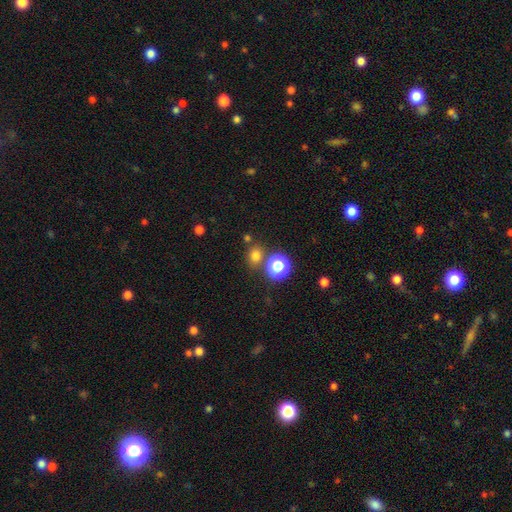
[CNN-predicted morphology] type=smooth (72%); roundness=round (68%); merging=none (75%).